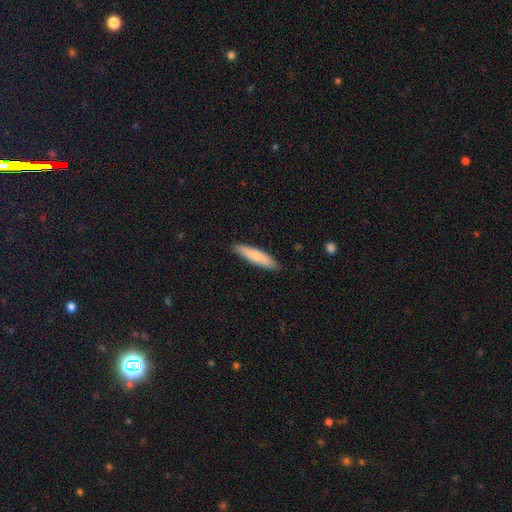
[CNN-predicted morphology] The model was most divided on "smooth or featured": smooth: 77%, featured or disk: 18%, star or artifact: 5%. More confident: merging — none (88%); how rounded — cigar-shaped (81%).